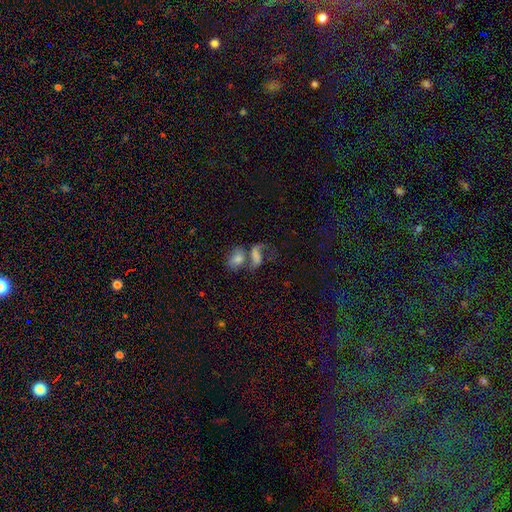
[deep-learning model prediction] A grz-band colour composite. It shows a smooth galaxy with no disk features (45%). Merging: merger (53%).